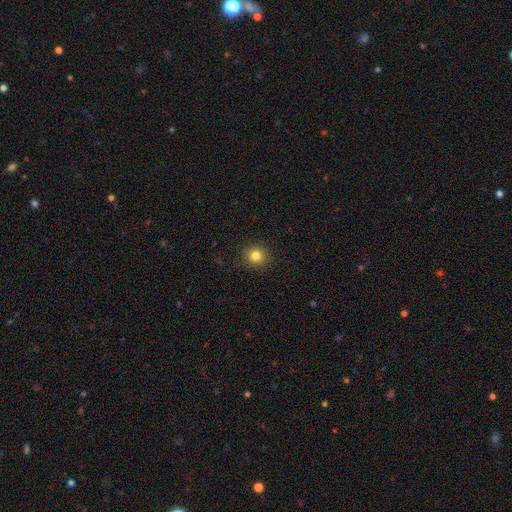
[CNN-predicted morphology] The model was most divided on "smooth or featured": smooth: 81%, star or artifact: 13%, featured or disk: 6%. More confident: merging — none (91%); how rounded — round (88%).